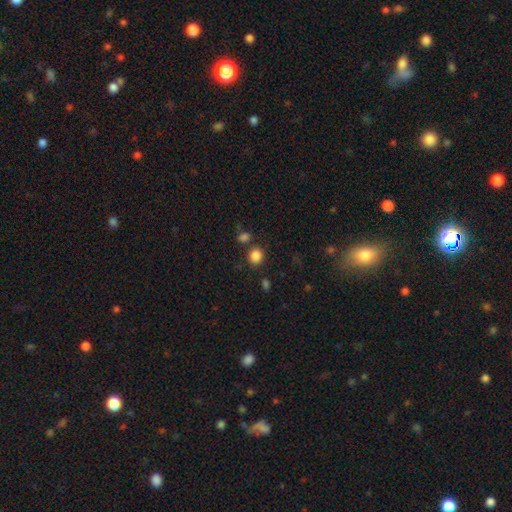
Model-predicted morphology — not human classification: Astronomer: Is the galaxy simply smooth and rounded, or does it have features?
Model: smooth — 85%.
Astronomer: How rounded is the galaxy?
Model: round — 69%.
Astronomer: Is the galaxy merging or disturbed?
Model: none — 77%.